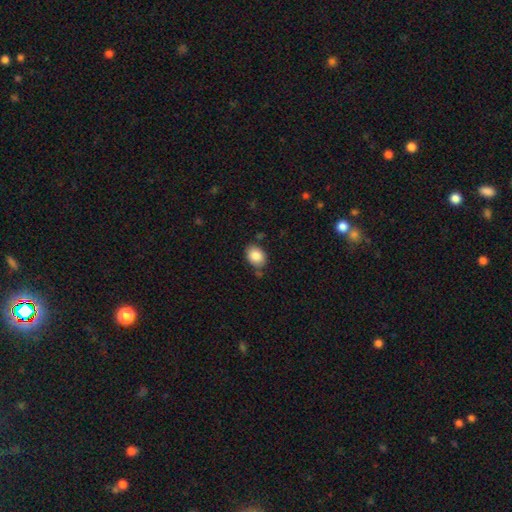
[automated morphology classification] Q: Smooth or featured?
A: smooth (85%); runner-up: star or artifact (8%)
Q: How rounded?
A: in between (66%); runner-up: round (33%)
Q: Merging?
A: none (77%); runner-up: minor disturbance (14%)